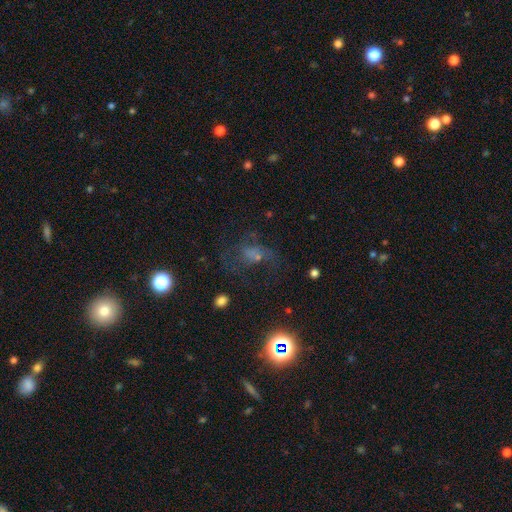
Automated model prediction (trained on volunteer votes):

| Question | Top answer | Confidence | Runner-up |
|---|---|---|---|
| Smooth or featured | featured or disk | 38% | star or artifact (31%) |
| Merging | none | 49% | major disturbance (29%) |